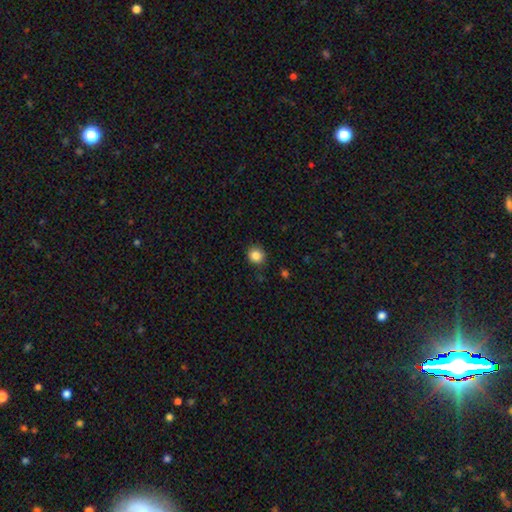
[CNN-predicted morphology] A smooth galaxy with no disk features (85%) that is round (86%). Merging: none (87%).